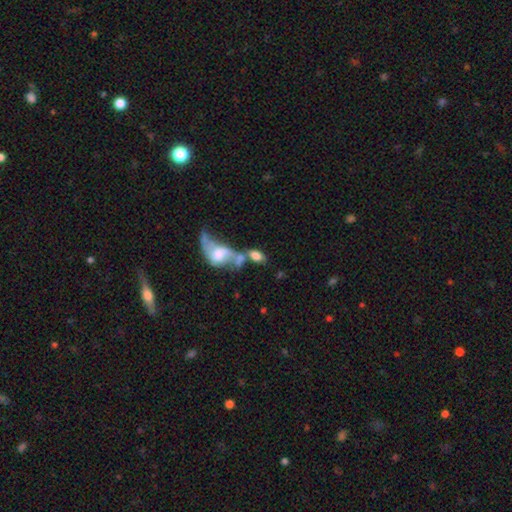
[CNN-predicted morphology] smooth_or_featured: smooth (p=0.67) [alt: featured or disk p=0.25]
how_rounded: in between (p=0.87) [alt: round p=0.07]
merging: merger (p=0.60) [alt: none p=0.20]